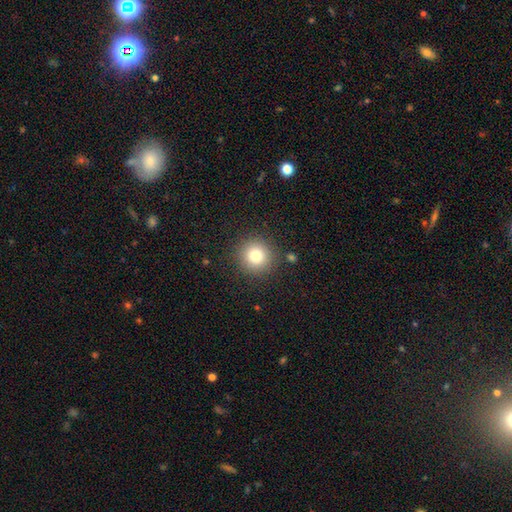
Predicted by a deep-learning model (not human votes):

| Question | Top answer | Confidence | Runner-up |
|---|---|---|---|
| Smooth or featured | smooth | 80% | star or artifact (12%) |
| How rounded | round | 94% | in between (5%) |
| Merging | none | 88% | minor disturbance (7%) |